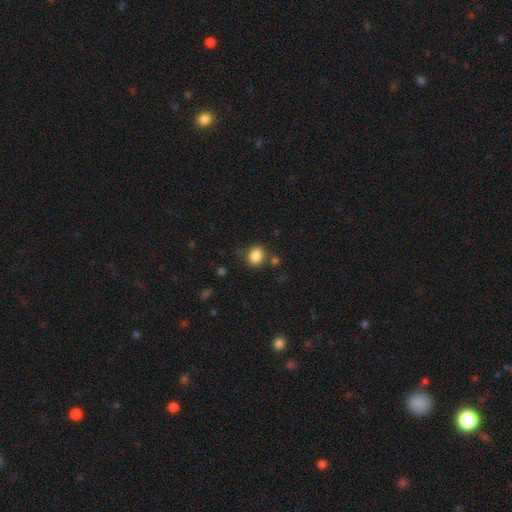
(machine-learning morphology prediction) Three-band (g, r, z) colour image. It shows a smooth galaxy with no disk features (85%) that is round (61%). Merging: none (74%).